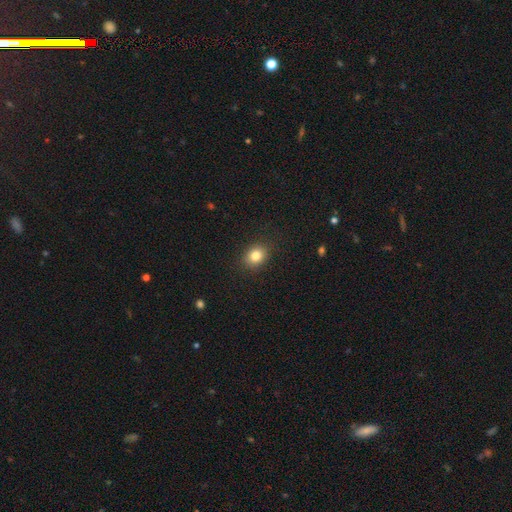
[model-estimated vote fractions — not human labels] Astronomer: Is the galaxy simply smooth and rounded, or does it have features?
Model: smooth — 82%.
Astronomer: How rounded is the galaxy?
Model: round — 53% (runner-up: in between, 46%).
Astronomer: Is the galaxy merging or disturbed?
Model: none — 87%.